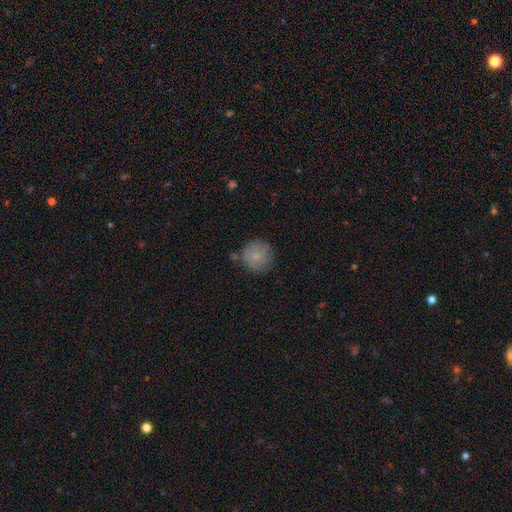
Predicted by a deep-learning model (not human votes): Smooth or featured? smooth (81%)
How rounded? round (93%)
Merging? none (73%)